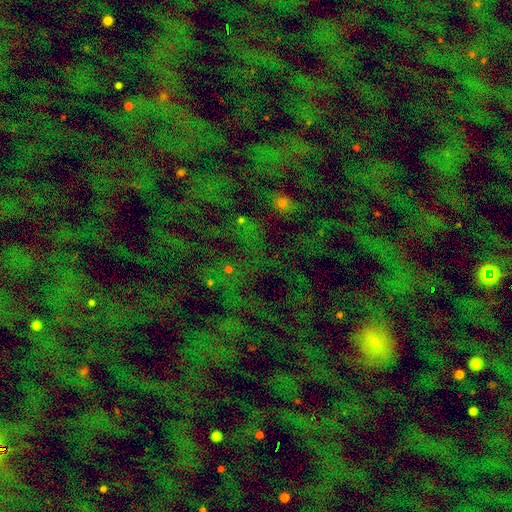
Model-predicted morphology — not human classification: star or artifact 69%, smooth 21%, featured or disk 10%.